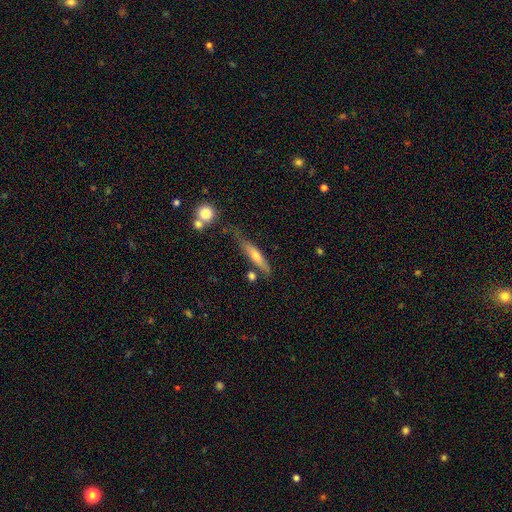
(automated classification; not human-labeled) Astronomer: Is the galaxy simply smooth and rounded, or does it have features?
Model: featured or disk — 52% (runner-up: smooth, 41%).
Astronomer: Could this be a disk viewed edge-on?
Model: yes — 88%.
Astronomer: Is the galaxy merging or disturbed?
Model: none — 67%.